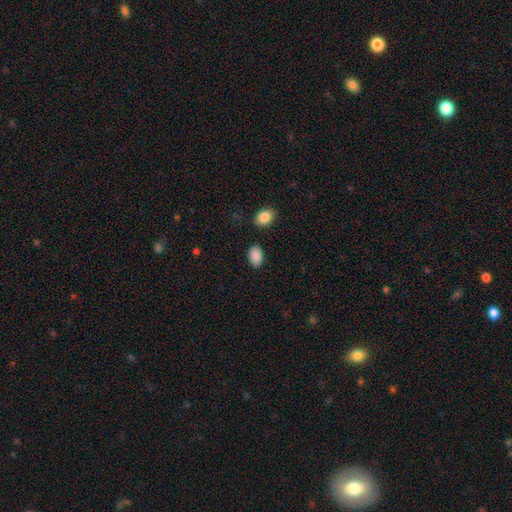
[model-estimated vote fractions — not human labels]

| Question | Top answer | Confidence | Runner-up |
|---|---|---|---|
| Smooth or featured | smooth | 90% | star or artifact (7%) |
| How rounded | in between | 87% | round (12%) |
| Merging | none | 85% | minor disturbance (9%) |